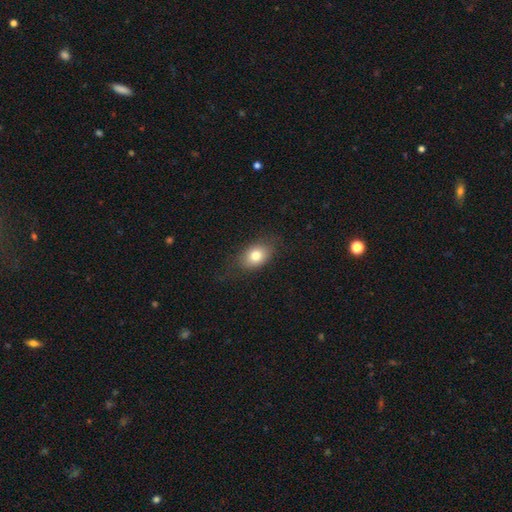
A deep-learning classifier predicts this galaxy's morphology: smooth 79%, featured or disk 12%, star or artifact 9%. Down the decision tree: how rounded — in between (73%); merging — none (76%).